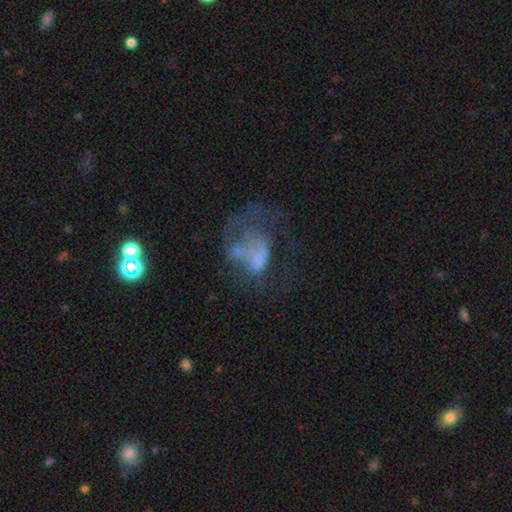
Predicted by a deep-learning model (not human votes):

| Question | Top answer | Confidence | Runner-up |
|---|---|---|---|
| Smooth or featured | featured or disk | 54% | smooth (31%) |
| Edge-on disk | no | 98% | yes (2%) |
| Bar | no | 85% | weak (12%) |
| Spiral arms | no | 74% | yes (26%) |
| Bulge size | none | 63% | small (16%) |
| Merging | major disturbance | 52% | none (23%) |